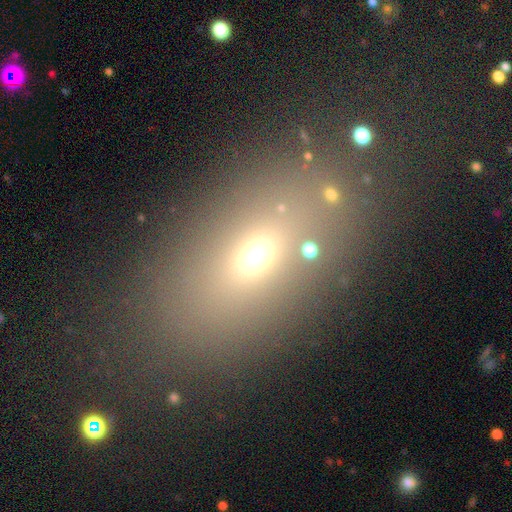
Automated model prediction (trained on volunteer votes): smooth-or-featured: smooth: 63% | star or artifact: 20% | featured or disk: 17%
  how-rounded: in between: 78% | round: 15% | cigar-shaped: 6%
  merging: none: 74% | minor disturbance: 13% | major disturbance: 8% | merger: 6%